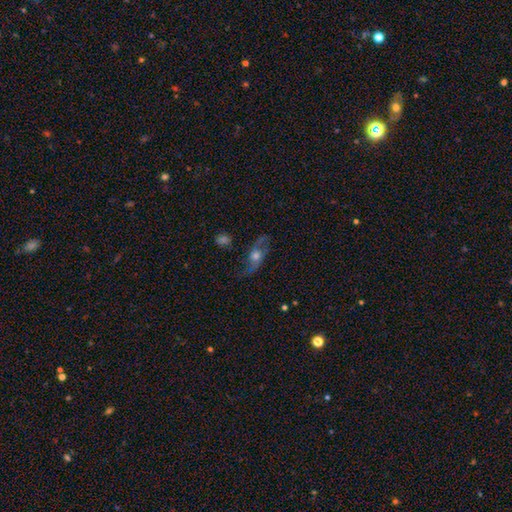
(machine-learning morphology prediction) smooth_or_featured: featured or disk (p=0.67) [alt: smooth p=0.23]
disk_edge_on: no (p=0.78) [alt: yes p=0.22]
bar: no (p=0.74) [alt: weak p=0.20]
has_spiral_arms: yes (p=0.81) [alt: no p=0.19]
bulge_size: moderate (p=0.64) [alt: small p=0.16]
merging: none (p=0.69) [alt: minor disturbance p=0.18]